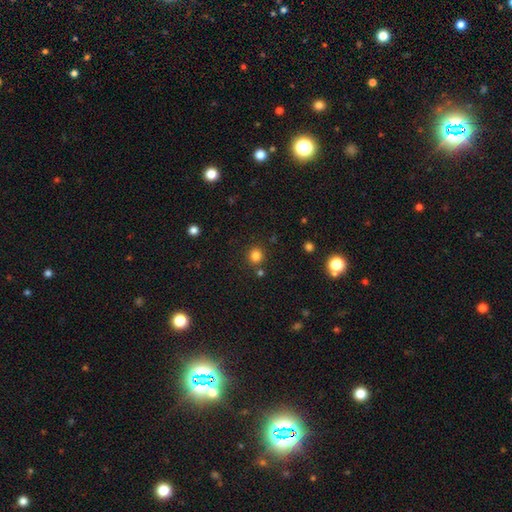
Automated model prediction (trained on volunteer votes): This appears to be a smooth galaxy with no disk features (82%) that is round (90%). Merging: none (84%).